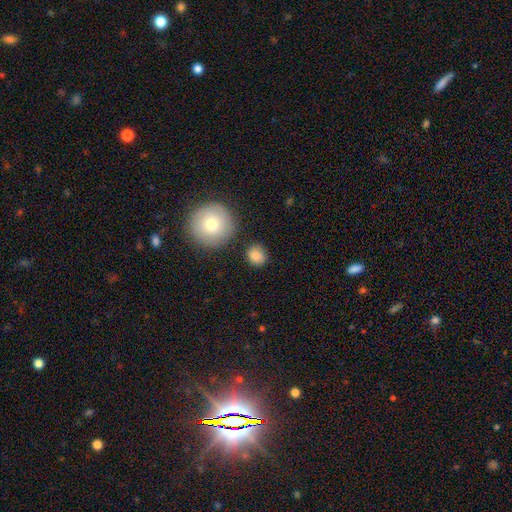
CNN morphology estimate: Overall: smooth (85%). How rounded: round (79%). Merging: none (81%).